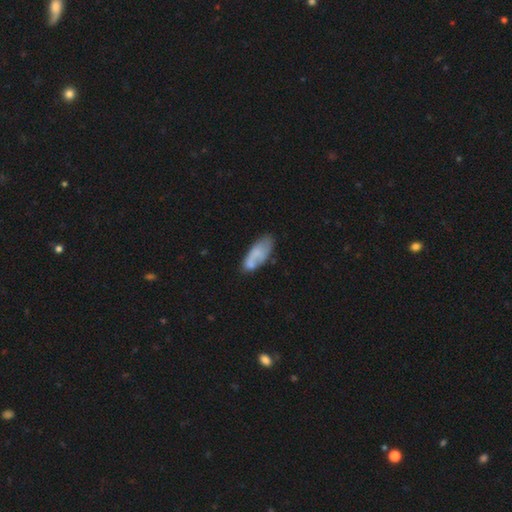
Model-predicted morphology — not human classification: The model was most divided on "merging": none: 55%, minor disturbance: 26%, major disturbance: 10%, merger: 9%. More confident: how rounded — in between (76%); smooth or featured — smooth (65%).